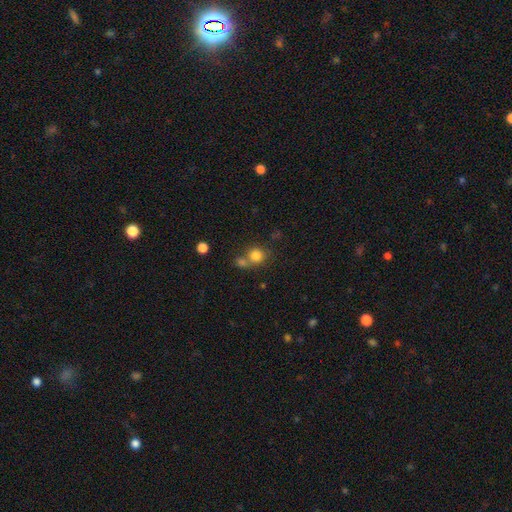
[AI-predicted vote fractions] smooth 81%, star or artifact 12%, featured or disk 7%. Down the decision tree: how rounded — round (85%); merging — none (52%).